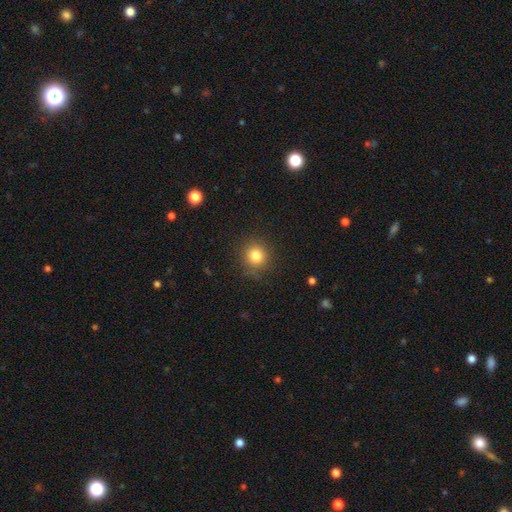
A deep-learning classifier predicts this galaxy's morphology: A smooth galaxy with no disk features (82%) that is round (91%). Merging: none (87%).